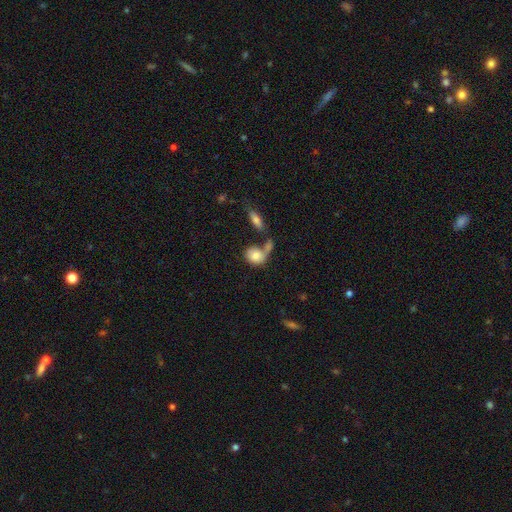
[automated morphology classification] The model was most divided on "how rounded": in between: 49%, round: 48%, cigar-shaped: 3%. Remaining: smooth or featured — smooth (79%); merging — merger (40%).